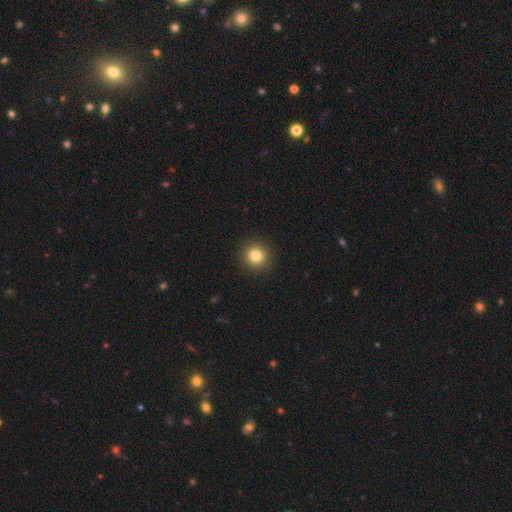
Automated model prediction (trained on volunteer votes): smooth_or_featured: smooth (p=0.82) [alt: star or artifact p=0.11]
how_rounded: round (p=0.92) [alt: in between p=0.07]
merging: none (p=0.92) [alt: minor disturbance p=0.05]